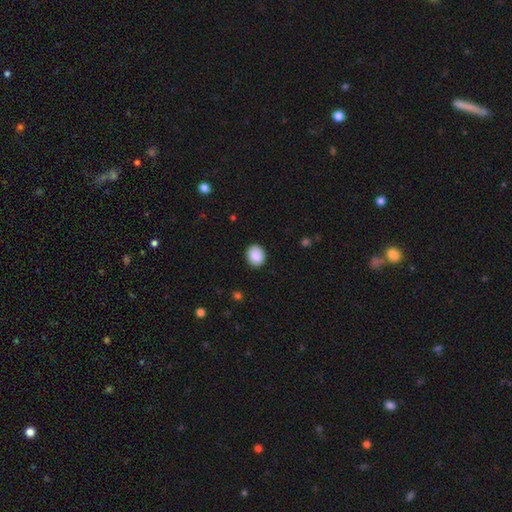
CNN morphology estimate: This is clearly a smooth galaxy (89%). How rounded: likely round (63%). Merging: clearly none (89%).